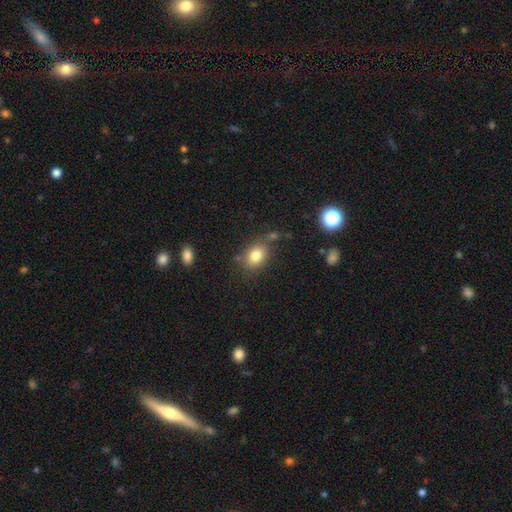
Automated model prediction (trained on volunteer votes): Morphology: type=smooth (81%); roundness=in between (65%); merging=none (71%).